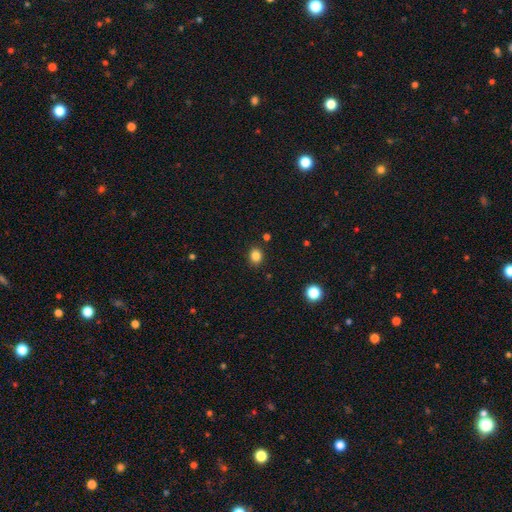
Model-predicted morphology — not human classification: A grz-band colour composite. It shows a smooth galaxy with no disk features (83%) that is round (64%). Merging: none (88%).